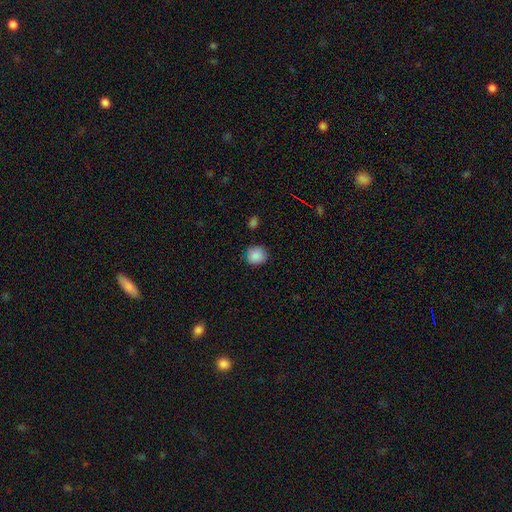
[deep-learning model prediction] smooth 88%, star or artifact 9%, featured or disk 3%. Down the decision tree: how rounded — round (85%); merging — none (83%).